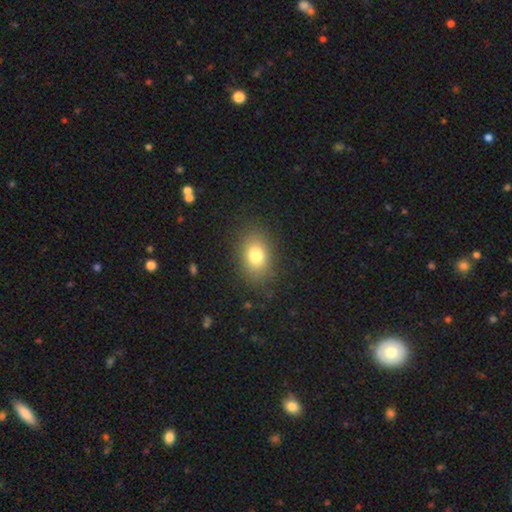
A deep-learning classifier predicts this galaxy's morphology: The model was most divided on "how rounded": in between: 71%, round: 27%, cigar-shaped: 1%. More confident: merging — none (84%); smooth or featured — smooth (78%).